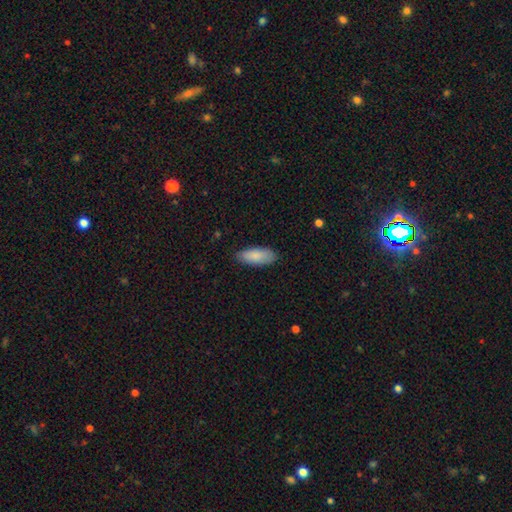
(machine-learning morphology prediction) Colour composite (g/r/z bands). It shows a smooth galaxy with no disk features (86%) that is in between round and cigar-shaped (82%). Merging: none (83%).